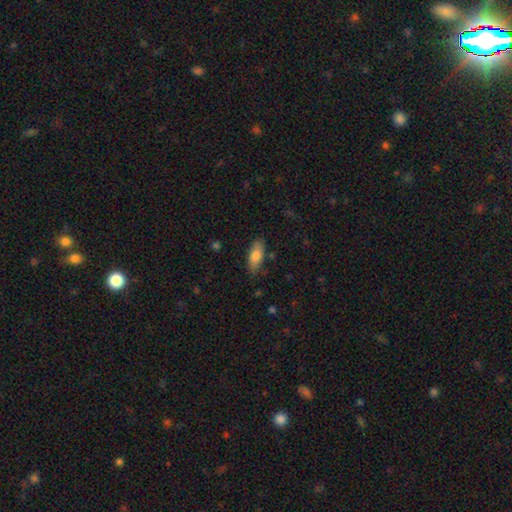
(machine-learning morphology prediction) smooth-or-featured: smooth: 81% | featured or disk: 13% | star or artifact: 6%
  how-rounded: in between: 80% | cigar-shaped: 18% | round: 2%
  merging: none: 79% | minor disturbance: 15% | major disturbance: 3% | merger: 2%